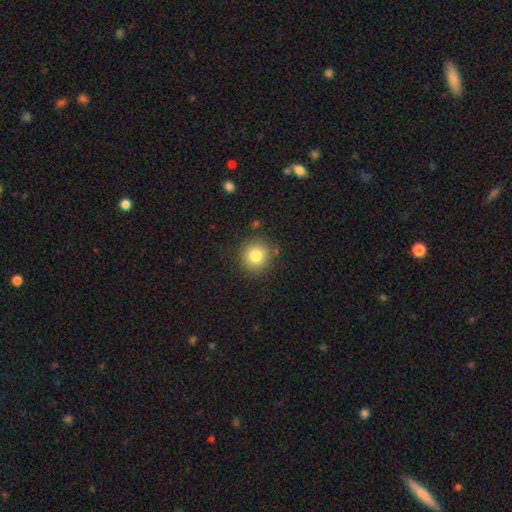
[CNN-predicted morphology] This is clearly a smooth galaxy (82%). How rounded: clearly round (92%). Merging: clearly none (86%).